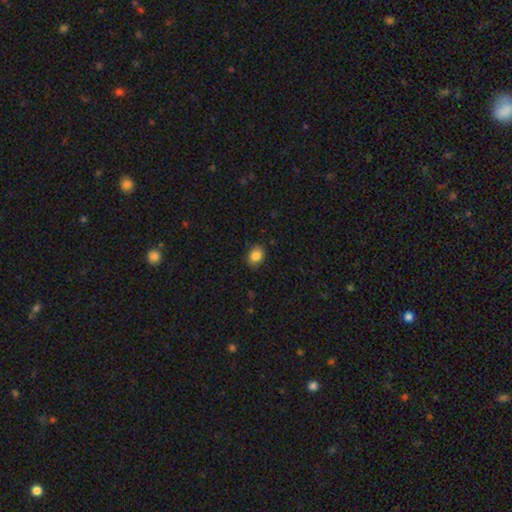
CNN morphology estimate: This appears to be a smooth galaxy with no disk features (87%) that is in between round and cigar-shaped (65%). Merging: none (83%).